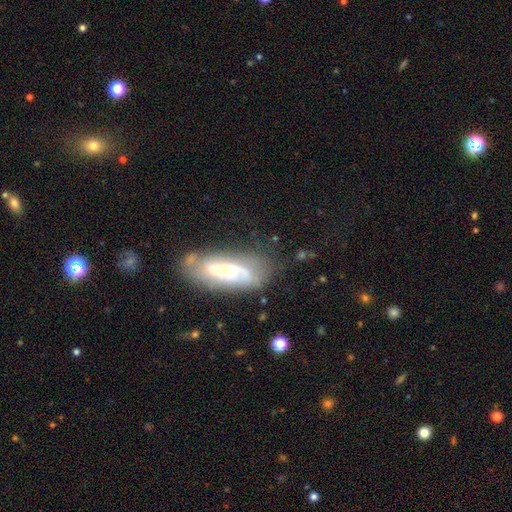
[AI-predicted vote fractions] Smooth or featured?
  - featured or disk: 55% *
  - smooth: 35%
  - star or artifact: 10%
Edge-on disk?
  - no: 81% *
  - yes: 19%
Merging?
  - none: 63% *
  - minor disturbance: 22%
  - major disturbance: 10%
  - merger: 5%